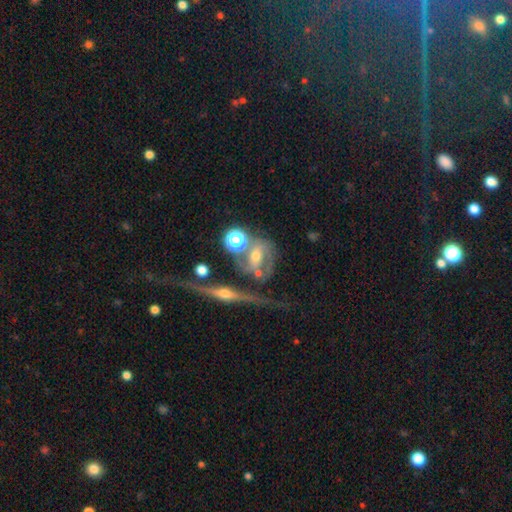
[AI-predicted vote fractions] smooth-or-featured: featured or disk: 76% | smooth: 15% | star or artifact: 9%
  disk-edge-on: no: 88% | yes: 12%
    bar: weak: 38% | no: 33% | strong: 29%
    has-spiral-arms: yes: 88% | no: 12%
      spiral-winding: medium: 46% | tight: 30% | loose: 24%
      spiral-arm-count: 2: 74% | can't tell: 11% | 1: 6% | 3: 4% | 4: 2% | more than 4: 2%
    bulge-size: moderate: 65% | small: 24% | large: 7% | none: 2% | dominant: 2%
  merging: none: 39% | merger: 27% | major disturbance: 17% | minor disturbance: 17%